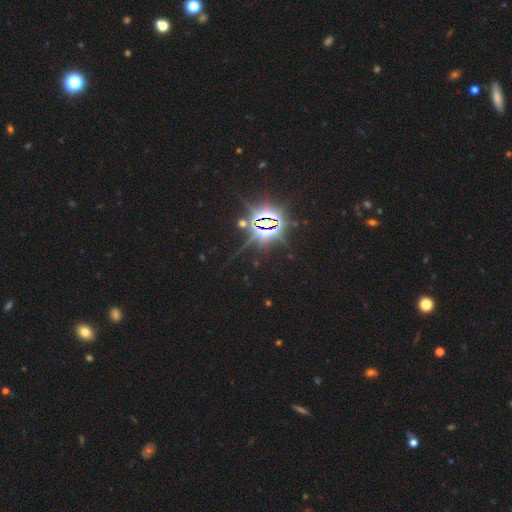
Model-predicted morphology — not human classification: This appears to be a star or artifact, not a galaxy (84%).